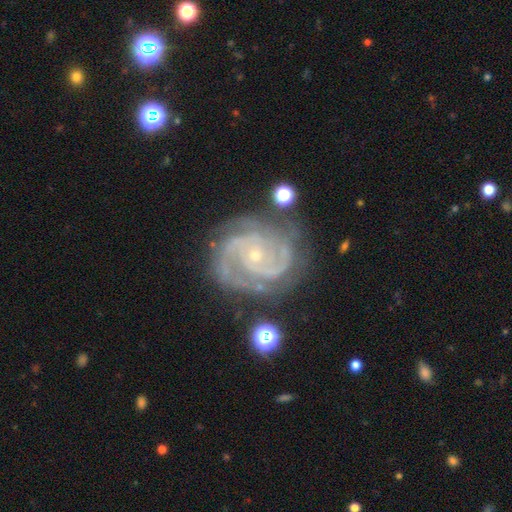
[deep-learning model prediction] Morphology: type=featured or disk (92%); edge-on=no (98%); bar=no (70%); spiral arms=yes (98%); winding=tight (61%); arm count=2 (43%); bulge=small (83%); merging=none (73%).